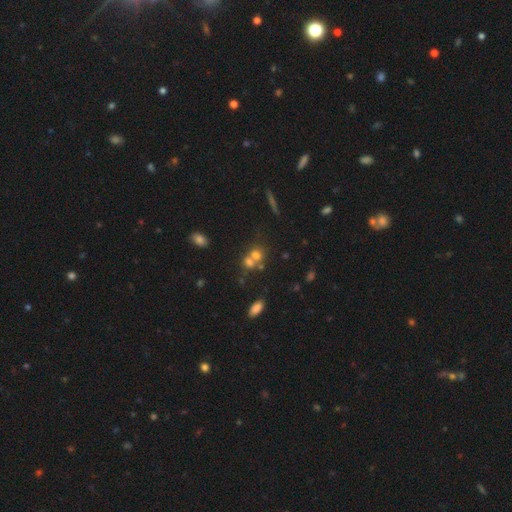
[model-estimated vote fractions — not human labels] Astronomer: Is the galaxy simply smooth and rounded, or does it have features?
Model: smooth — 64%.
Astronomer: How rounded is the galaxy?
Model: round — 69%.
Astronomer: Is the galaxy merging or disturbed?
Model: merger — 58%.